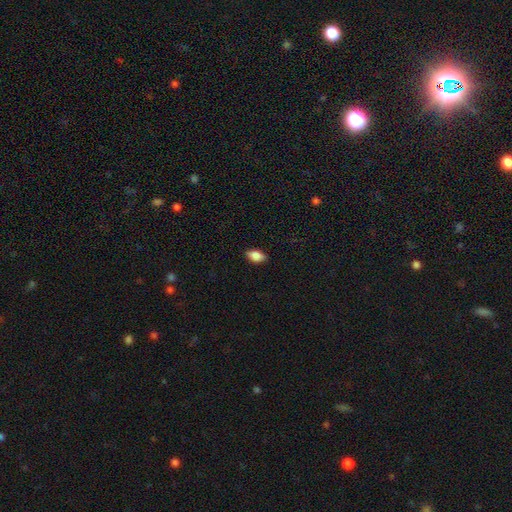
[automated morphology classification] Smooth or featured? smooth (85%)
How rounded? in between (90%)
Merging? none (87%)